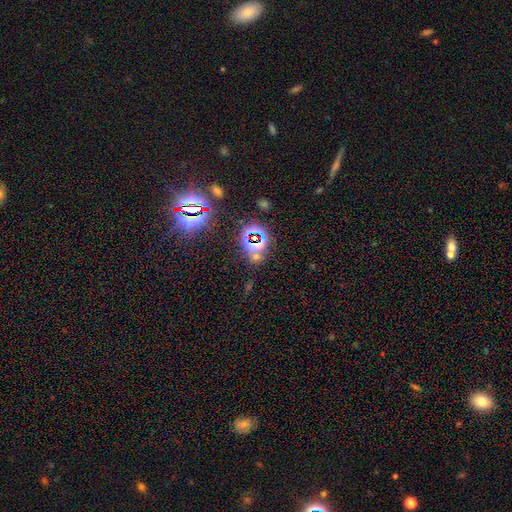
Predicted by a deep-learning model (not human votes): The model was most divided on "smooth or featured": star or artifact: 69%, smooth: 21%, featured or disk: 10%.